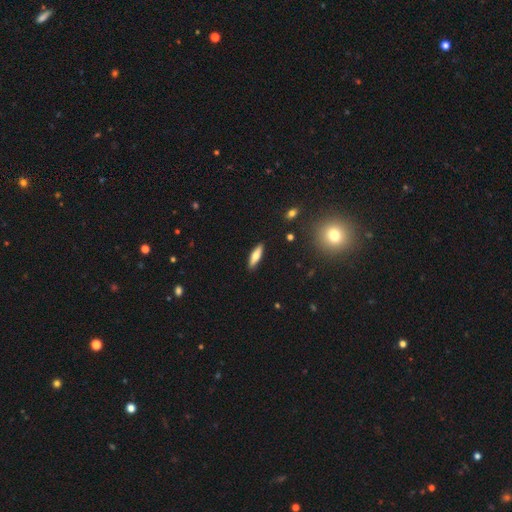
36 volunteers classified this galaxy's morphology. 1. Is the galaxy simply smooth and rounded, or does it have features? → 78% smooth, 19% featured or disk, 3% star or artifact.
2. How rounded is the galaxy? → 79% cigar-shaped, 18% in between, 4% round.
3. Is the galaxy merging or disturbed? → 83% none, 9% minor disturbance, 6% merger, 3% major disturbance.